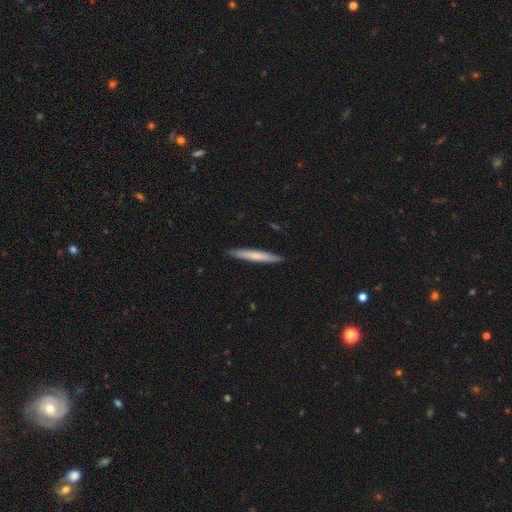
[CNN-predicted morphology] This is likely a smooth galaxy (64%). How rounded: clearly cigar-shaped (95%). Merging: clearly none (91%).